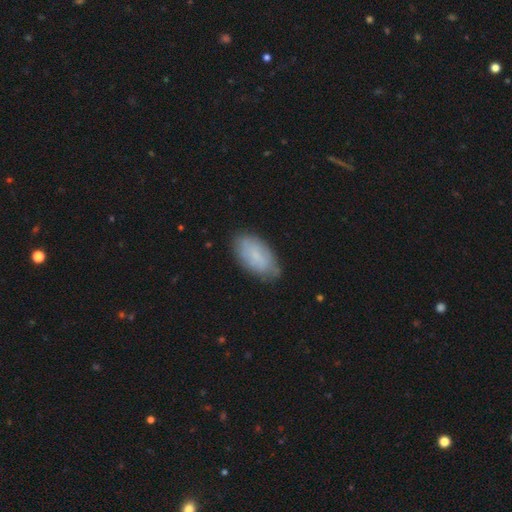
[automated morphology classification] This appears to be a smooth galaxy with no disk features (71%) that is in between round and cigar-shaped (94%). Merging: none (75%).